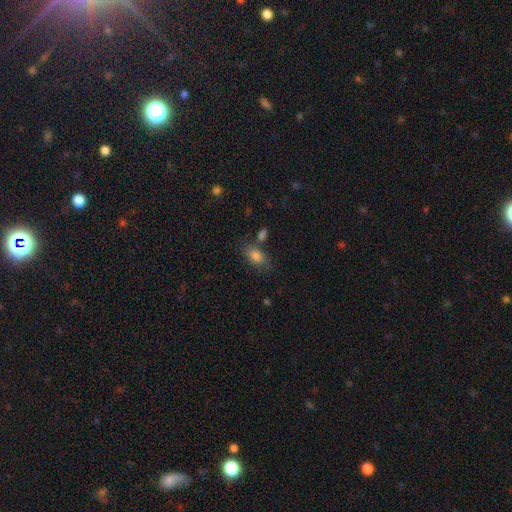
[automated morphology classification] Smooth or featured? Predicted: smooth (p=0.83). How rounded? Predicted: in between (p=0.89). Merging? Predicted: none (p=0.70).